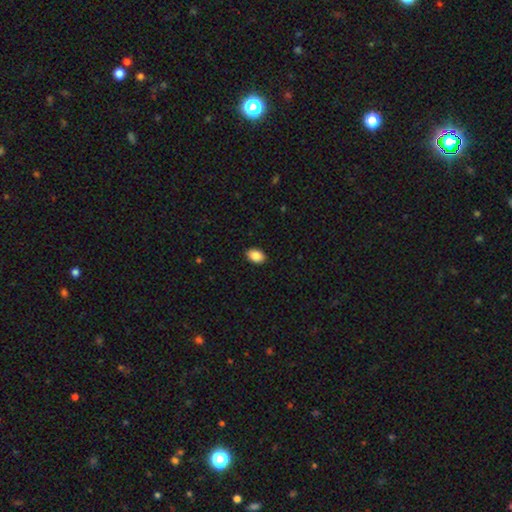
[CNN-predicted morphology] smooth_or_featured: smooth (p=0.89) [alt: star or artifact p=0.07]
how_rounded: in between (p=0.88) [alt: round p=0.11]
merging: none (p=0.90) [alt: minor disturbance p=0.07]